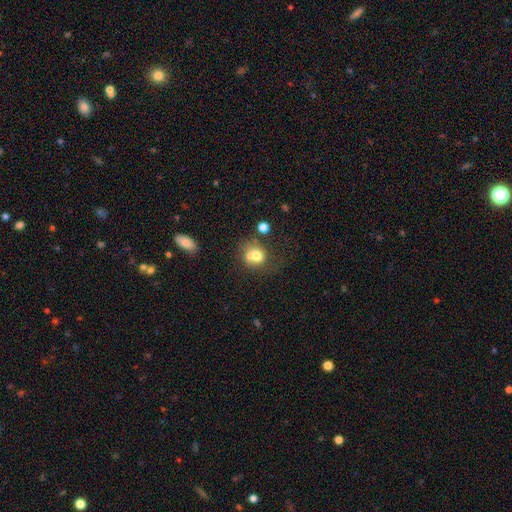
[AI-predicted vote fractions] The model was most divided on "merging": merger: 34%, none: 33%, minor disturbance: 19%, major disturbance: 14%. More confident: smooth or featured — smooth (70%); how rounded — round (63%).